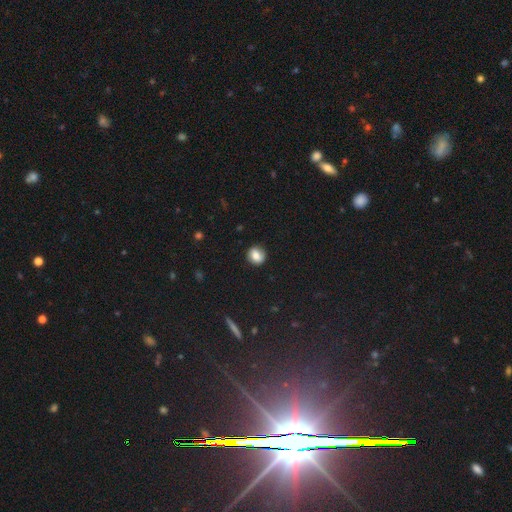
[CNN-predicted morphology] smooth-or-featured: smooth: 77% | featured or disk: 13% | star or artifact: 10%
  how-rounded: round: 78% | in between: 21% | cigar-shaped: 1%
  merging: none: 85% | minor disturbance: 11% | major disturbance: 3% | merger: 1%